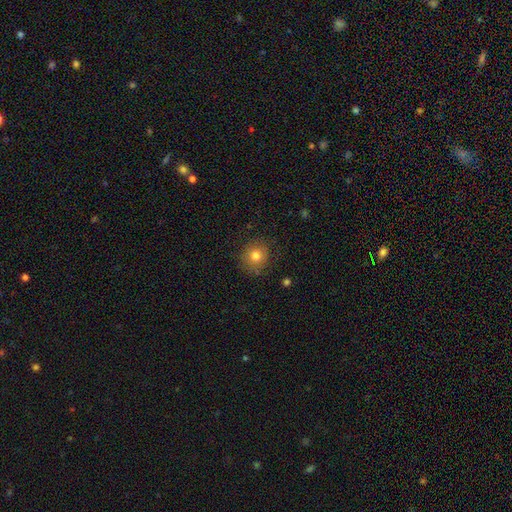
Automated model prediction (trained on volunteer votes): smooth_or_featured: smooth (p=0.79) [alt: star or artifact p=0.12]
how_rounded: round (p=0.88) [alt: in between p=0.11]
merging: none (p=0.83) [alt: minor disturbance p=0.12]